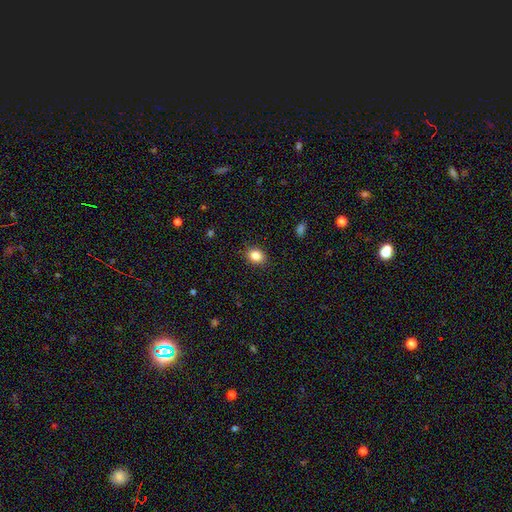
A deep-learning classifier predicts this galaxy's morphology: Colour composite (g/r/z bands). It shows a smooth galaxy with no disk features (85%) that is in between round and cigar-shaped (56%). Merging: none (88%).